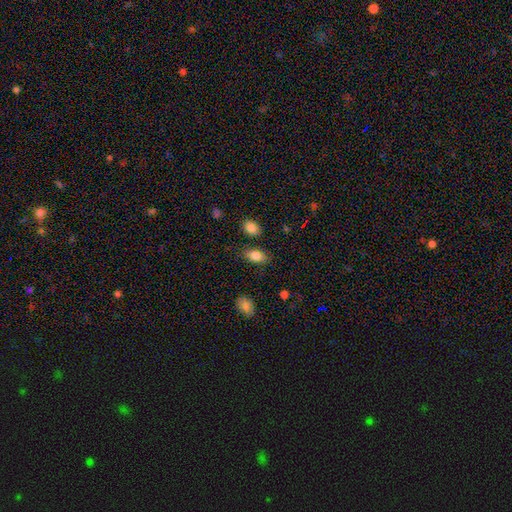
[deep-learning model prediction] Morphology: type=smooth (84%); roundness=in between (90%); merging=none (81%).